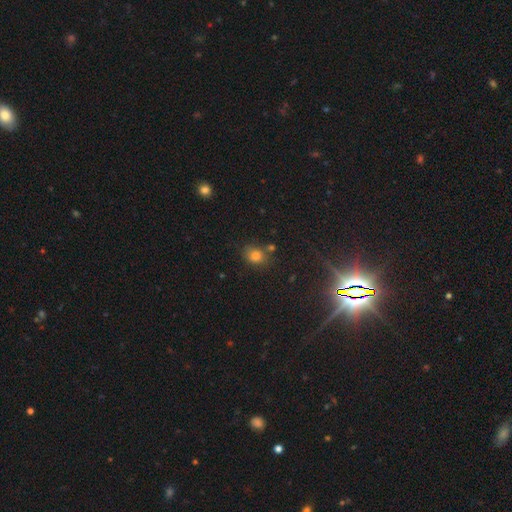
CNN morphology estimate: The model was most divided on "how rounded": round: 60%, in between: 39%, cigar-shaped: 1%. More confident: smooth or featured — smooth (76%); merging — none (68%).